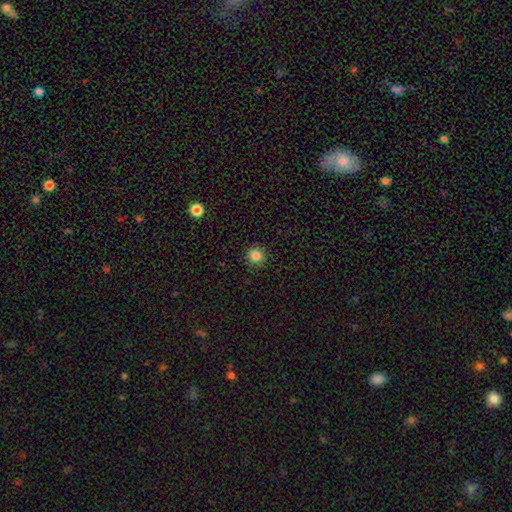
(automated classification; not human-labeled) Q: Smooth or featured?
A: smooth (84%); runner-up: star or artifact (11%)
Q: How rounded?
A: round (93%); runner-up: in between (6%)
Q: Merging?
A: none (92%); runner-up: minor disturbance (5%)